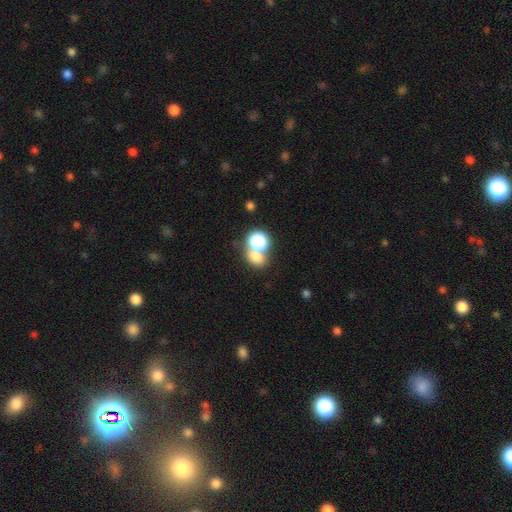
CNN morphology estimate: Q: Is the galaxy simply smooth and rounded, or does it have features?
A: smooth — 69%.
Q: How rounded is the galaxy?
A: round — 55%.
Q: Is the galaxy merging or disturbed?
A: none — 44%.